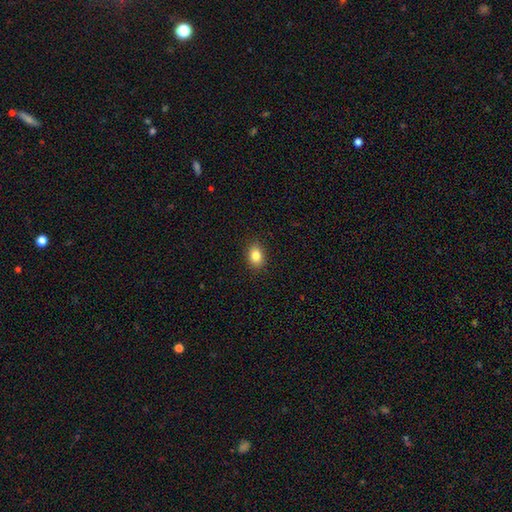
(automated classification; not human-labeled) Smooth or featured: smooth — 84% (star or artifact — 10%)
How rounded: in between — 71% (round — 28%)
Merging: none — 89% (minor disturbance — 8%)